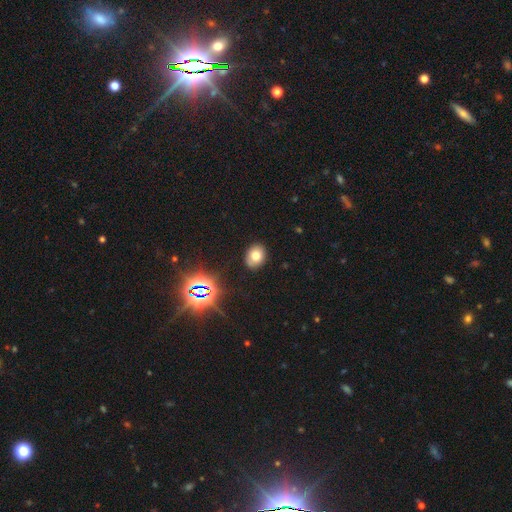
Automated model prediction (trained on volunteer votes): A smooth galaxy with no disk features (73%) that is in between round and cigar-shaped (58%).

Vote fractions:
- Smooth or featured? smooth: 73% / star or artifact: 16% / featured or disk: 11%
- How rounded? in between: 58% / round: 42% / cigar-shaped: 1%
- Merging? none: 86% / minor disturbance: 10% / major disturbance: 2% / merger: 1%